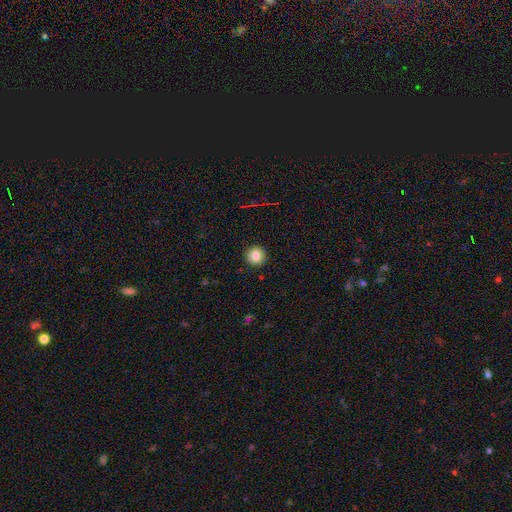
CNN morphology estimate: A smooth galaxy with no disk features (84%) that is round (91%).

Vote fractions:
- Smooth or featured? smooth: 84% / star or artifact: 10% / featured or disk: 5%
- How rounded? round: 91% / in between: 8% / cigar-shaped: 1%
- Merging? none: 91% / minor disturbance: 6% / major disturbance: 2% / merger: 1%